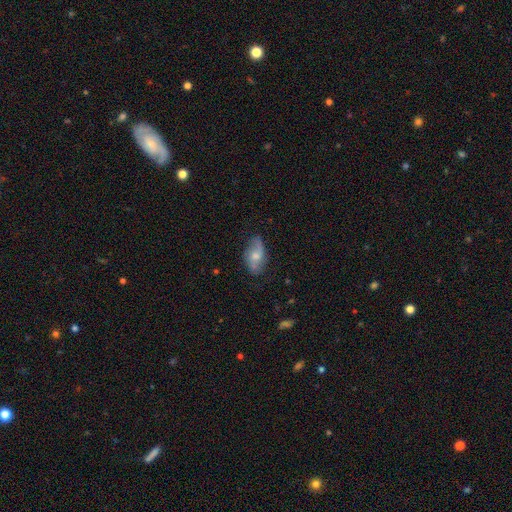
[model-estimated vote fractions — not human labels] The model was most divided on "smooth or featured": featured or disk: 49%, smooth: 43%, star or artifact: 7%. More confident: merging — none (64%).